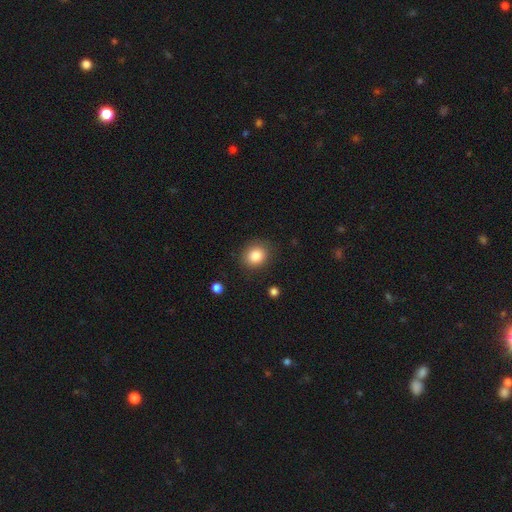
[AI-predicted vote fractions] smooth 85%, star or artifact 9%, featured or disk 6%. Down the decision tree: how rounded — round (69%); merging — none (84%).